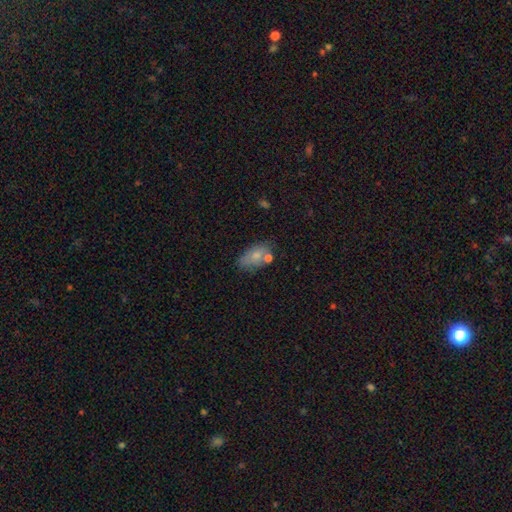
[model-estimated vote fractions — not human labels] A smooth galaxy with no disk features (71%) that is in between round and cigar-shaped (89%). Merging: none (53%).